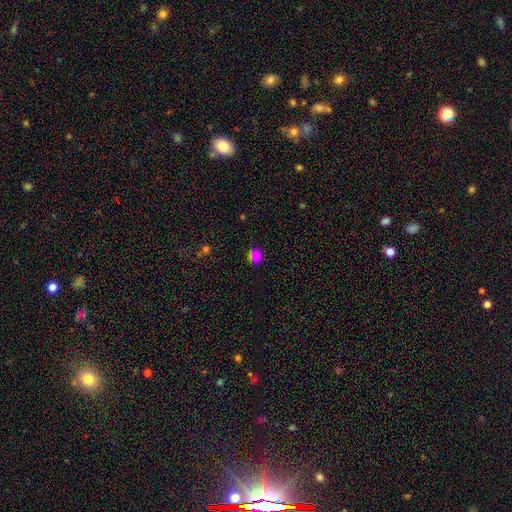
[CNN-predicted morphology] smooth_or_featured: smooth (p=0.76) [alt: star or artifact p=0.18]
how_rounded: round (p=0.91) [alt: in between p=0.08]
merging: none (p=0.80) [alt: minor disturbance p=0.11]